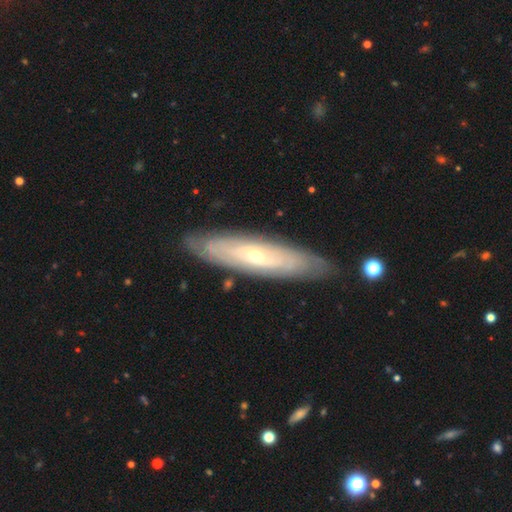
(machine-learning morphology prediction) type=featured or disk (72%); edge-on=no (66%); merging=none (84%).